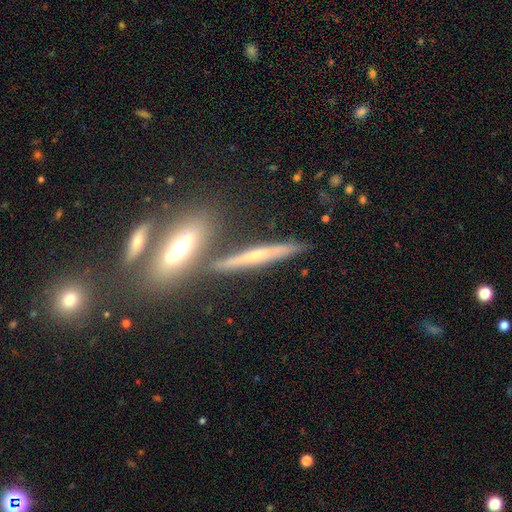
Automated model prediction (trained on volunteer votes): A featured or disk galaxy (55%) viewed edge-on (89%).

Vote fractions:
- Smooth or featured? featured or disk: 55% / smooth: 35% / star or artifact: 10%
- Edge-on disk? yes: 89% / no: 11%
- Merging? none: 72% / merger: 12% / minor disturbance: 12% / major disturbance: 4%